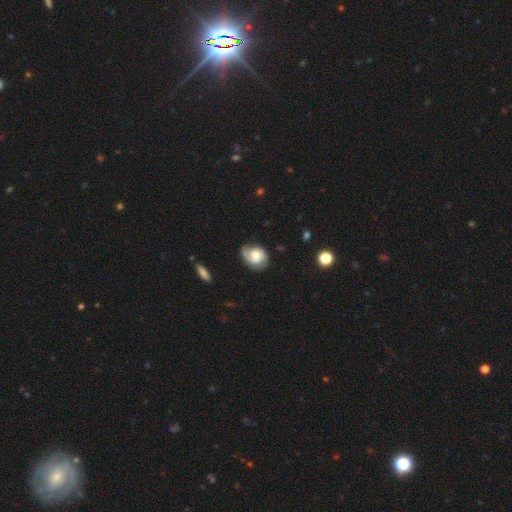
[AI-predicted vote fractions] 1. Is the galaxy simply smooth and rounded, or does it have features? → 57% featured or disk, 36% smooth, 7% star or artifact.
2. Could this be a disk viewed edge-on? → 97% no, 3% yes.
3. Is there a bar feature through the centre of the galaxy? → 73% no, 23% weak, 4% strong.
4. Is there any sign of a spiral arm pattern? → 87% yes, 13% no.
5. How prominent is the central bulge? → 59% moderate, 18% small, 17% large, 3% none, 2% dominant.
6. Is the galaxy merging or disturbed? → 60% none, 27% minor disturbance, 11% major disturbance, 2% merger.